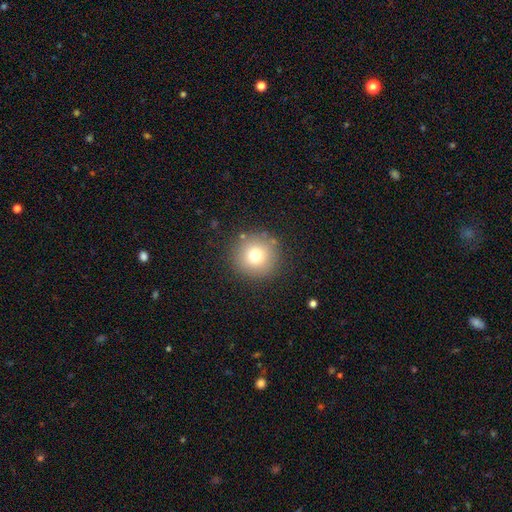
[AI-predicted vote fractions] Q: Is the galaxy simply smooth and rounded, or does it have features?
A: smooth — 75%.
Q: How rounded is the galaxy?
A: round — 96%.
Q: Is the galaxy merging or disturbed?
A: none — 88%.